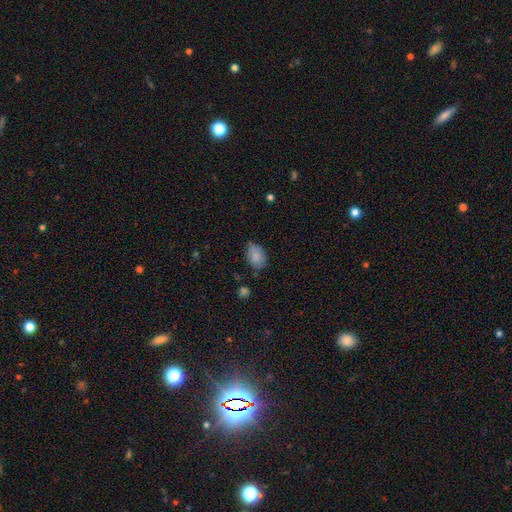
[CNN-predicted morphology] Smooth or featured? smooth (82%)
How rounded? in between (80%)
Merging? none (65%)